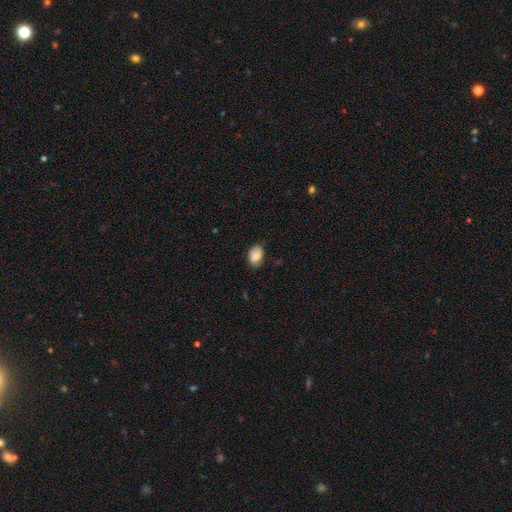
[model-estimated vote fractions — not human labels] Overall: smooth (72%). How rounded: in between (79%). Merging: none (71%).